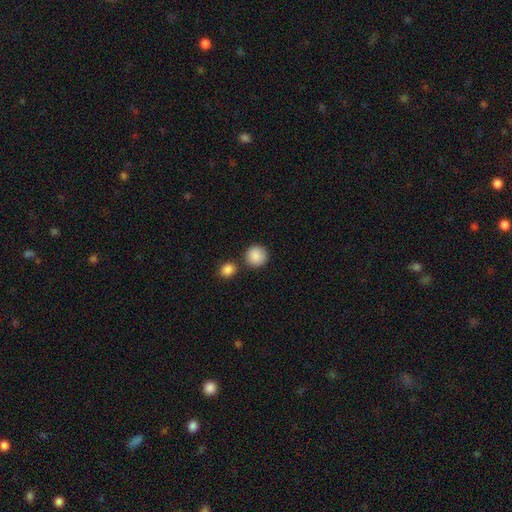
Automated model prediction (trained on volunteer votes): This appears to be a smooth galaxy with no disk features (89%) that is round (93%). Merging: none (79%).